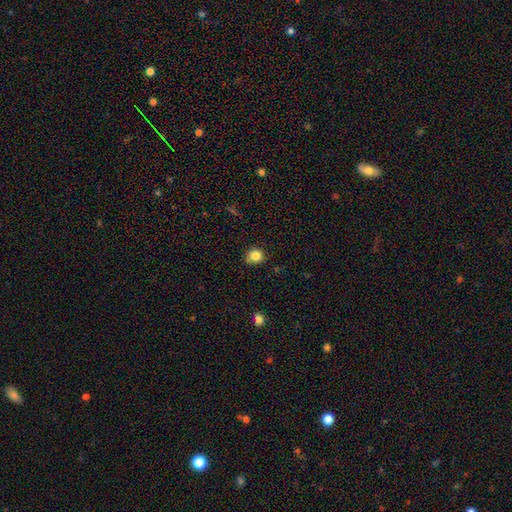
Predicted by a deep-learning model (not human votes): Morphology: type=smooth (83%); roundness=round (84%); merging=none (78%).